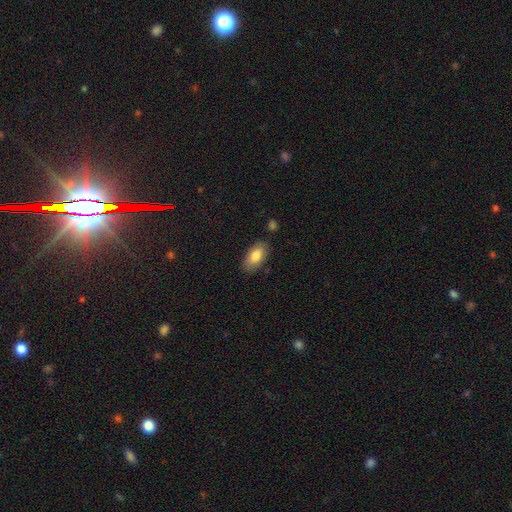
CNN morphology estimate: smooth 82%, featured or disk 11%, star or artifact 6%. Down the decision tree: how rounded — in between (92%); merging — none (82%).